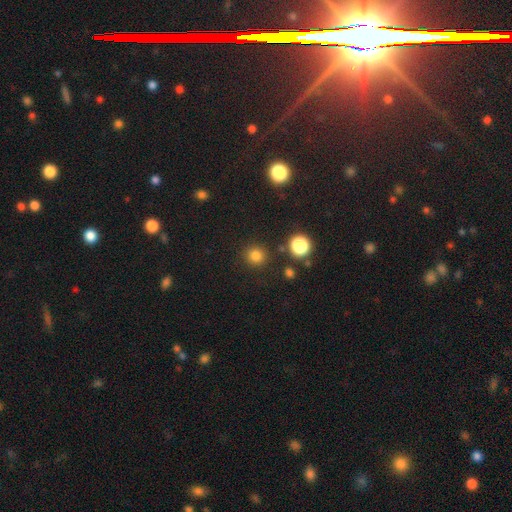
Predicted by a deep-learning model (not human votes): smooth_or_featured: smooth (p=0.79) [alt: star or artifact p=0.16]
how_rounded: round (p=0.93) [alt: in between p=0.06]
merging: none (p=0.89) [alt: minor disturbance p=0.06]